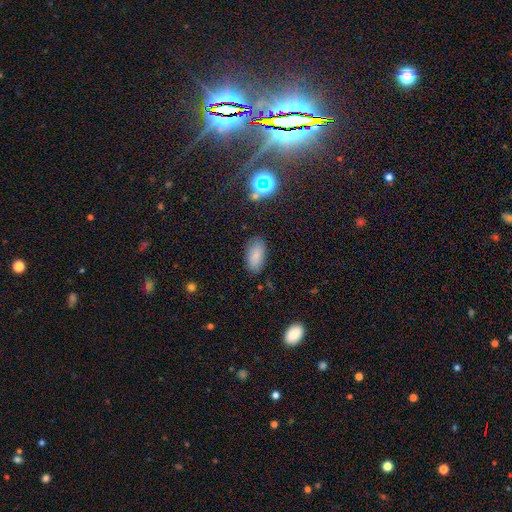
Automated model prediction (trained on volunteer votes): A smooth galaxy with no disk features (78%) that is in between round and cigar-shaped (93%). Merging: none (81%).